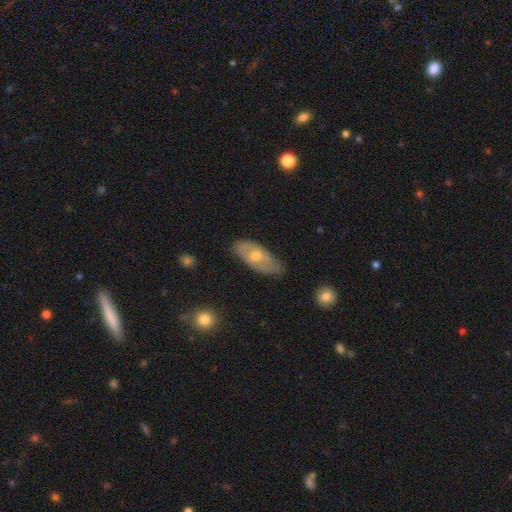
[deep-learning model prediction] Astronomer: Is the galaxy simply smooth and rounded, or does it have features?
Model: featured or disk — 53% (runner-up: smooth, 41%).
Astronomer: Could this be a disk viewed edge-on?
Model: no — 82%.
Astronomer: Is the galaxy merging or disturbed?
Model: none — 73%.